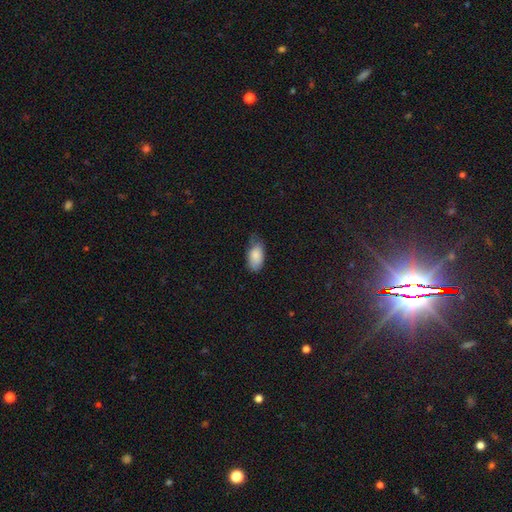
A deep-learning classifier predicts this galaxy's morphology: Smooth or featured: smooth — 85% (featured or disk — 8%)
How rounded: in between — 93% (cigar-shaped — 4%)
Merging: none — 54% (minor disturbance — 37%)